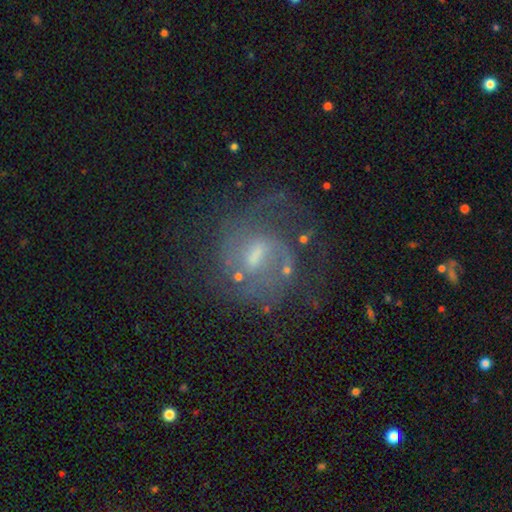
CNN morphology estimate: type=featured or disk (80%); edge-on=no (97%); bar=weak (61%); spiral arms=yes (90%); winding=medium (49%); arm count=2 (55%); bulge=small (41%, tied with moderate); merging=none (60%).